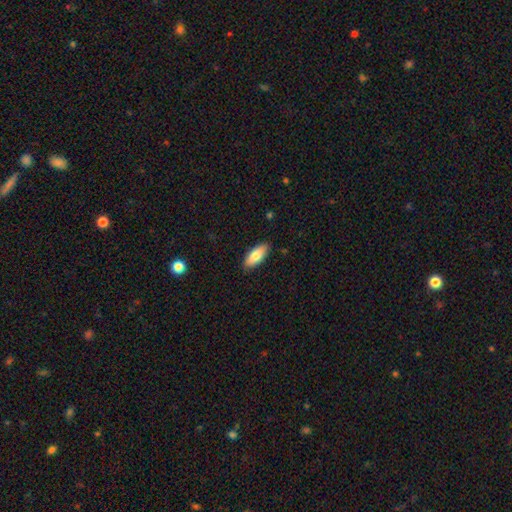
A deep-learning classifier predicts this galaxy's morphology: A smooth galaxy with no disk features (79%) that is in between round and cigar-shaped (82%).

Vote fractions:
- Smooth or featured? smooth: 79% / featured or disk: 15% / star or artifact: 6%
- How rounded? in between: 82% / cigar-shaped: 16% / round: 2%
- Merging? none: 88% / minor disturbance: 9% / major disturbance: 2% / merger: 1%